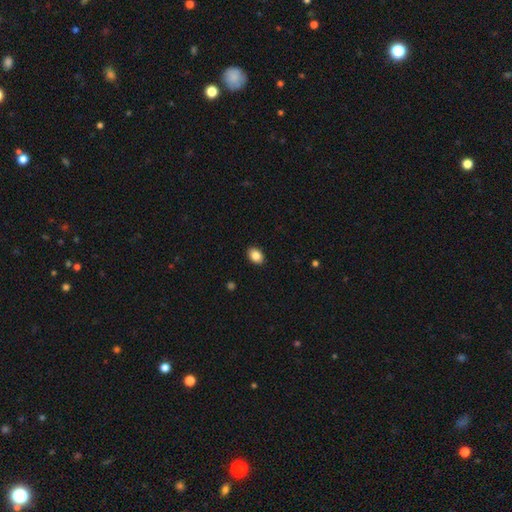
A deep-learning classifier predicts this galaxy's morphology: A smooth galaxy with no disk features (87%) that is in between round and cigar-shaped (78%). Merging: none (91%).